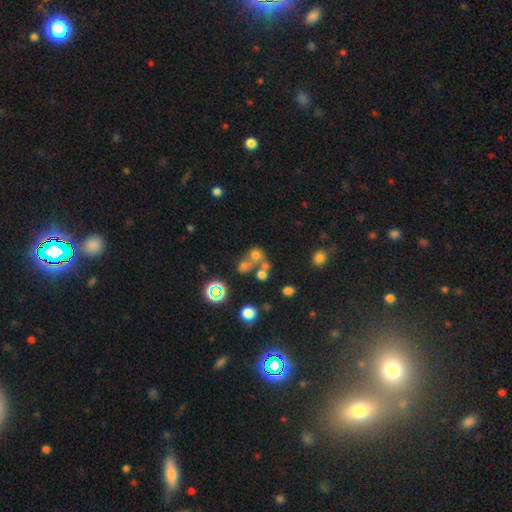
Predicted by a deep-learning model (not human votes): This is possibly a smooth galaxy (57%). How rounded: likely round (75%). Merging: possibly merger (47%).